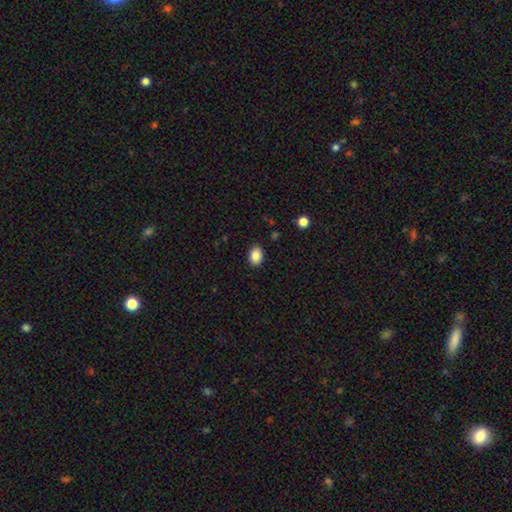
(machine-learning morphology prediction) smooth_or_featured: smooth (p=0.88) [alt: star or artifact p=0.08]
how_rounded: in between (p=0.76) [alt: round p=0.23]
merging: none (p=0.88) [alt: minor disturbance p=0.08]